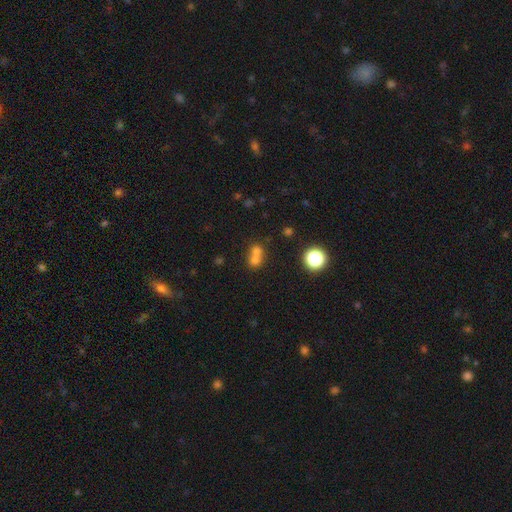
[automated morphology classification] A smooth galaxy with no disk features (68%) that is round (77%).

Vote fractions:
- Smooth or featured? smooth: 68% / star or artifact: 18% / featured or disk: 15%
- How rounded? round: 77% / in between: 22% / cigar-shaped: 1%
- Merging? merger: 61% / none: 32% / minor disturbance: 5% / major disturbance: 2%